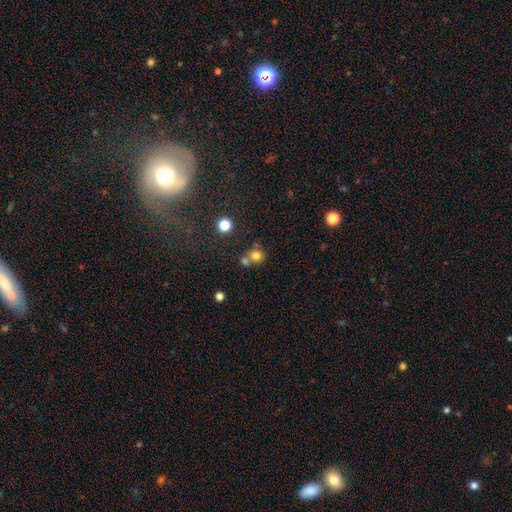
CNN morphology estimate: This appears to be a smooth galaxy with no disk features (76%) that is round (83%). Merging: none (48%).